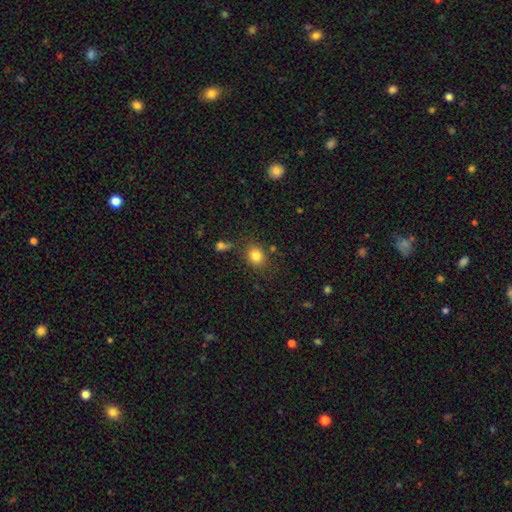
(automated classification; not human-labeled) Overall: smooth (81%). How rounded: round (64%; in between 35%). Merging: none (79%).